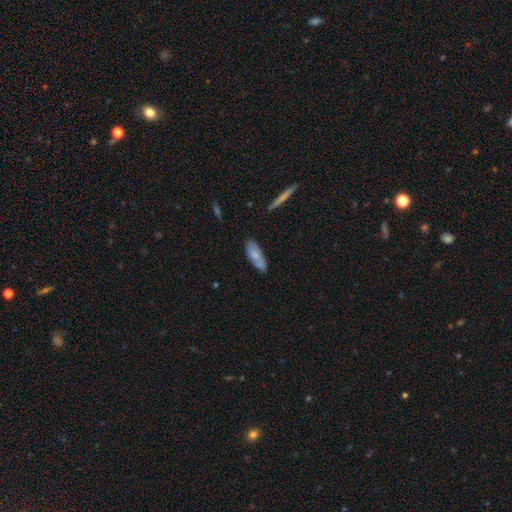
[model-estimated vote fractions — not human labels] Smooth or featured? Predicted: smooth (p=0.67). How rounded? Predicted: in between (p=0.64). Merging? Predicted: none (p=0.66).